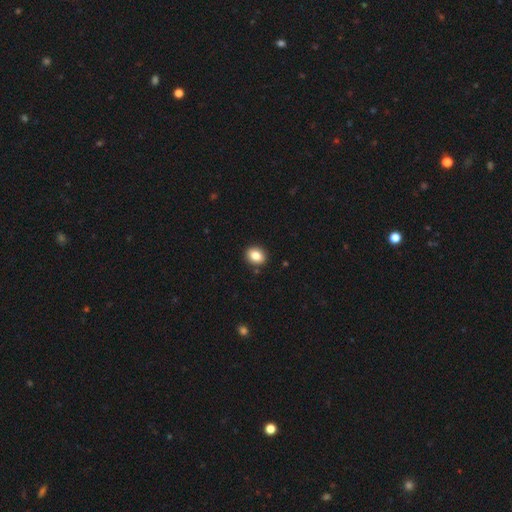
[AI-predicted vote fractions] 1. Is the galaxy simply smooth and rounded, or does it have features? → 84% smooth, 9% star or artifact, 7% featured or disk.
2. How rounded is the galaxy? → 50% in between, 49% round, 1% cigar-shaped.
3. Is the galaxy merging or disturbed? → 90% none, 7% minor disturbance, 2% major disturbance, 1% merger.